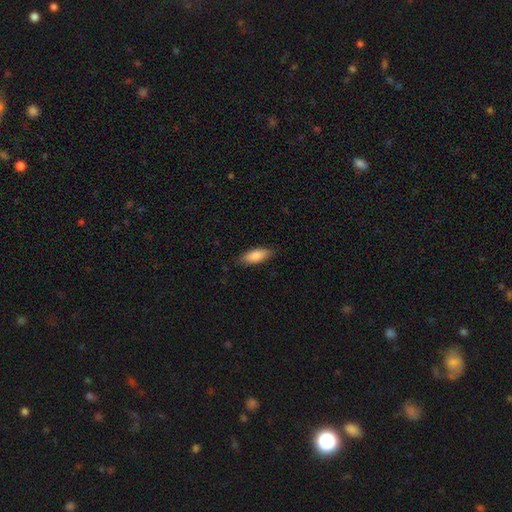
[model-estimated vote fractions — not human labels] Overall: smooth (84%). How rounded: in between (73%). Merging: none (84%).